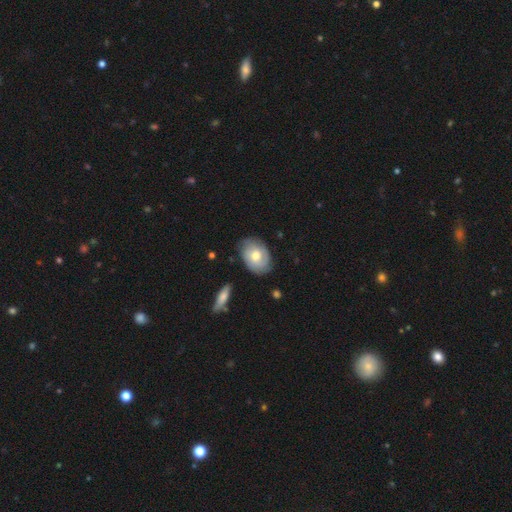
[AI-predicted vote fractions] A smooth galaxy with no disk features (50%). Merging: none (74%).